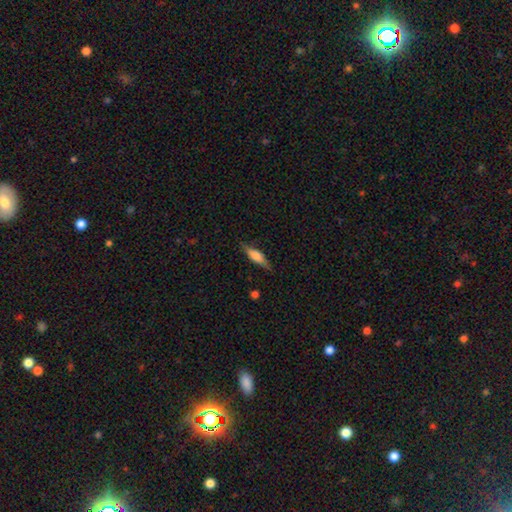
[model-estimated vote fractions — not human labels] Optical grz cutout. It shows a smooth galaxy with no disk features (47%). Merging: none (81%).